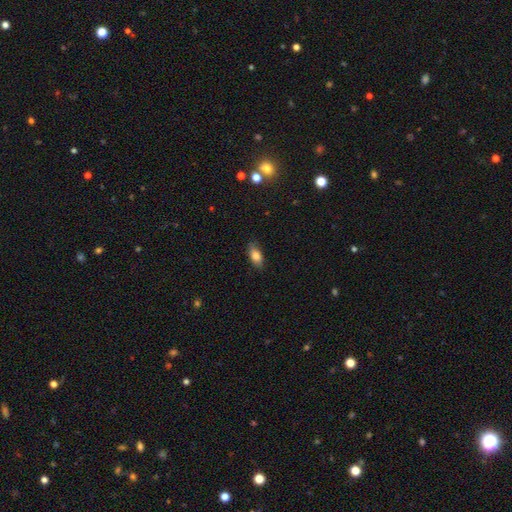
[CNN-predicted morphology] A smooth galaxy with no disk features (80%) that is in between round and cigar-shaped (86%). Merging: none (82%).